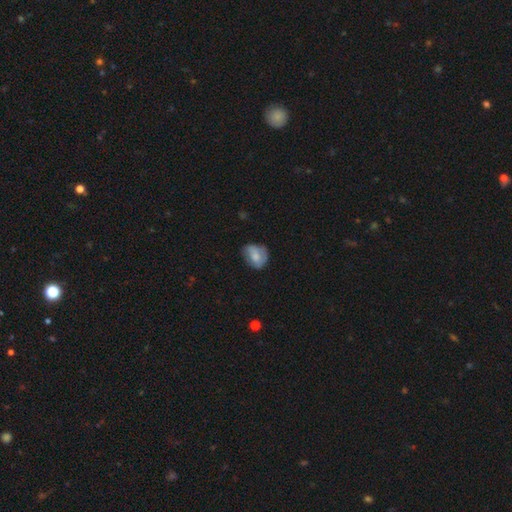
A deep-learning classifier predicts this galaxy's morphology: This appears to be a smooth galaxy with no disk features (64%) that is round (51%). Merging: none (52%).